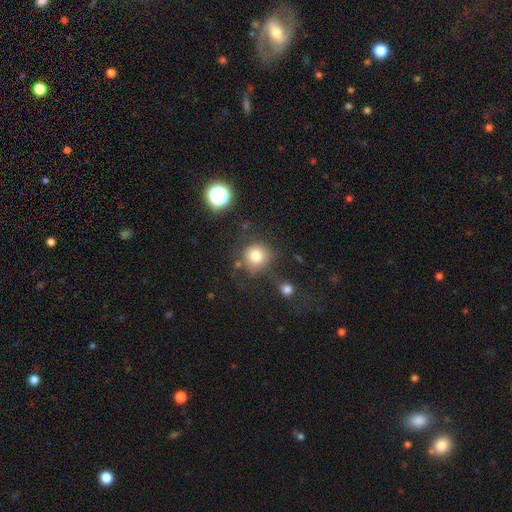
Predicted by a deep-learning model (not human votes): Q: Smooth or featured?
A: smooth (81%); runner-up: star or artifact (12%)
Q: How rounded?
A: round (90%); runner-up: in between (9%)
Q: Merging?
A: none (71%); runner-up: minor disturbance (14%)